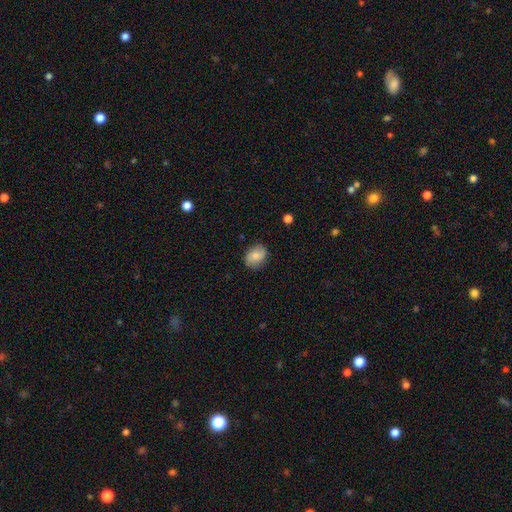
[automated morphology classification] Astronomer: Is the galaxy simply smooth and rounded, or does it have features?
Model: smooth — 74%.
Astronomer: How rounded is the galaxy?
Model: in between — 52% (runner-up: round, 47%).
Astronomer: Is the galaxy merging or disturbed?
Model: none — 81%.